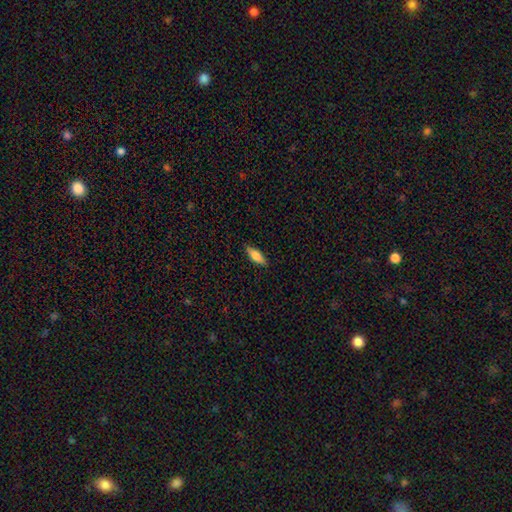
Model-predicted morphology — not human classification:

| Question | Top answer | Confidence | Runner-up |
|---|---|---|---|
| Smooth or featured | smooth | 75% | featured or disk (19%) |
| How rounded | in between | 63% | cigar-shaped (35%) |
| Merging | none | 87% | minor disturbance (10%) |